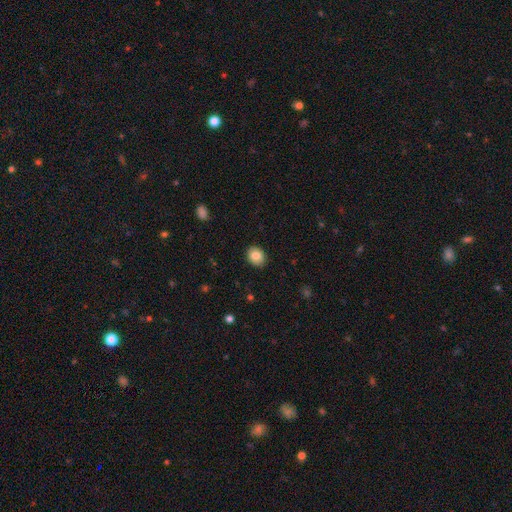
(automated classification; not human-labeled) Morphology: type=smooth (83%); roundness=in between (50%, tied with round); merging=none (89%).